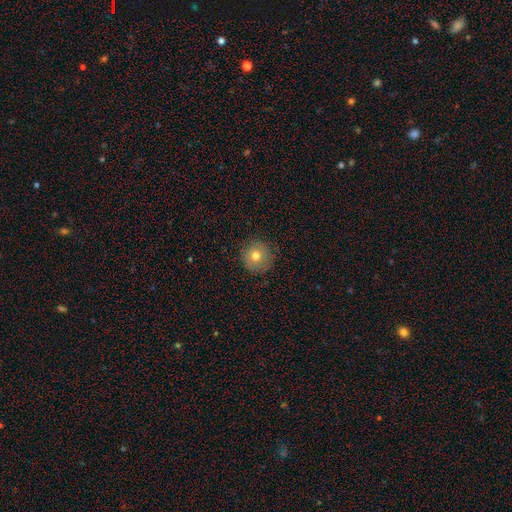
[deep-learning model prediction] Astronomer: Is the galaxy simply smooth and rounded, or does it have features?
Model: smooth — 74%.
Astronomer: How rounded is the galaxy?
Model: round — 95%.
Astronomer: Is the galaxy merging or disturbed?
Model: none — 88%.